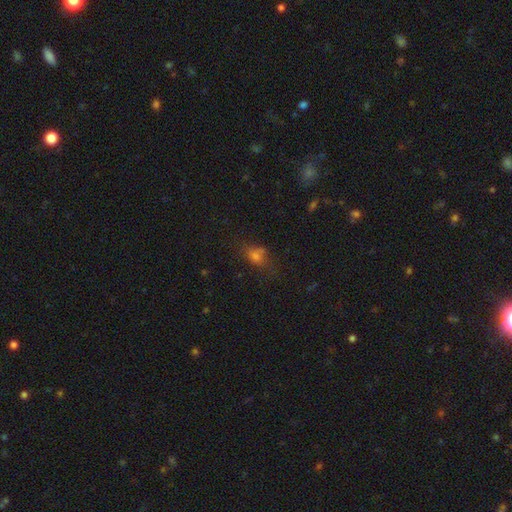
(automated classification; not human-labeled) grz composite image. It shows a smooth galaxy with no disk features (62%) that is in between round and cigar-shaped (58%). Merging: none (59%).